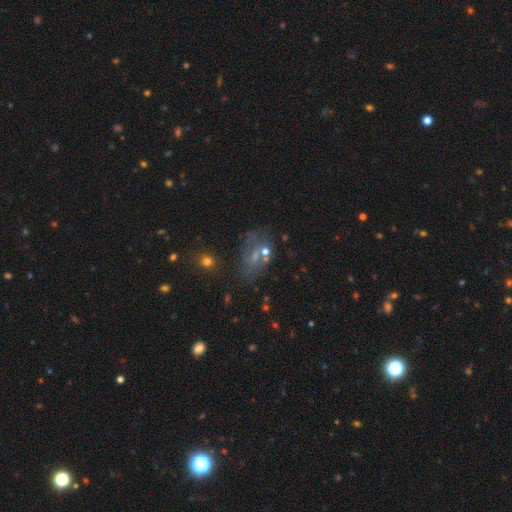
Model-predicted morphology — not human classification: smooth-or-featured: featured or disk: 39% | smooth: 33% | star or artifact: 28%
  merging: none: 49% | minor disturbance: 19% | major disturbance: 17% | merger: 14%